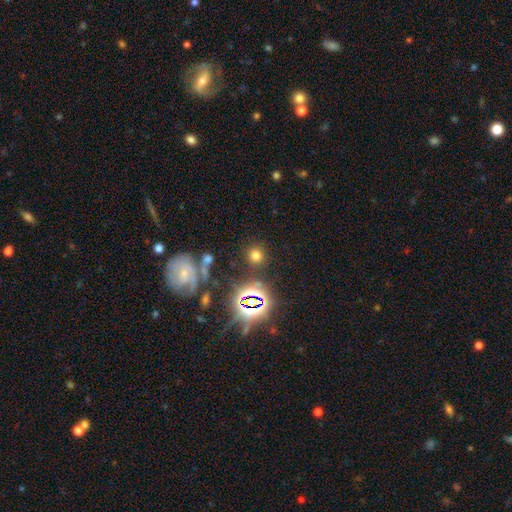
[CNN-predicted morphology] This appears to be a smooth galaxy with no disk features (65%) that is round (87%). Merging: none (85%).